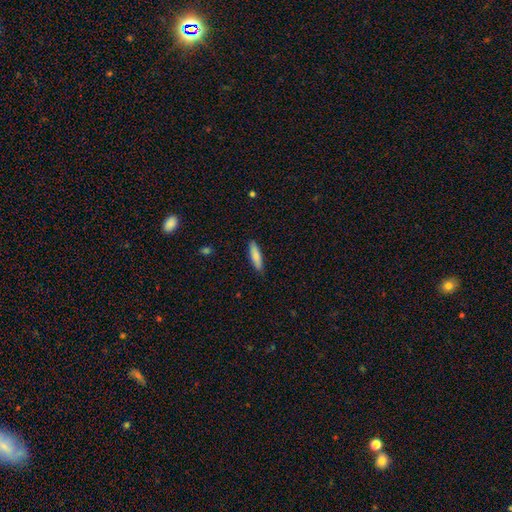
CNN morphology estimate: Overall: smooth (80%). How rounded: cigar-shaped (70%). Merging: none (88%).